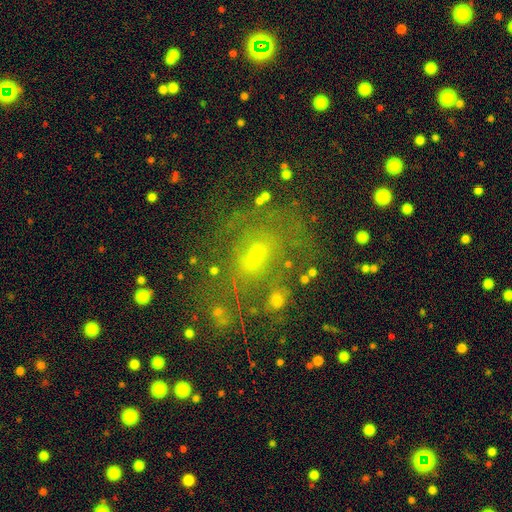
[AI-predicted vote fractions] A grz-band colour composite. It shows a featured or disk galaxy (44%). Merging: none (58%).